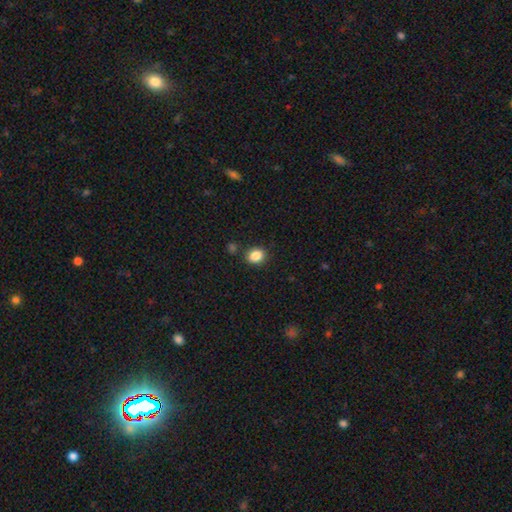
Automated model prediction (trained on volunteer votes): Smooth or featured? smooth (86%)
How rounded? round (55%)
Merging? none (83%)